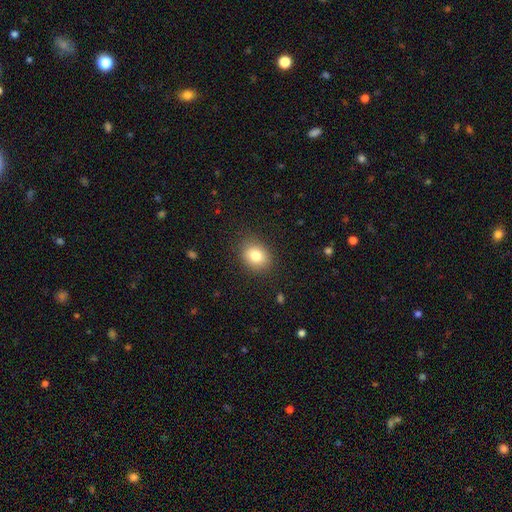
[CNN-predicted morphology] Q: Smooth or featured?
A: smooth (82%); runner-up: star or artifact (10%)
Q: How rounded?
A: in between (51%); runner-up: round (48%)
Q: Merging?
A: none (86%); runner-up: minor disturbance (10%)